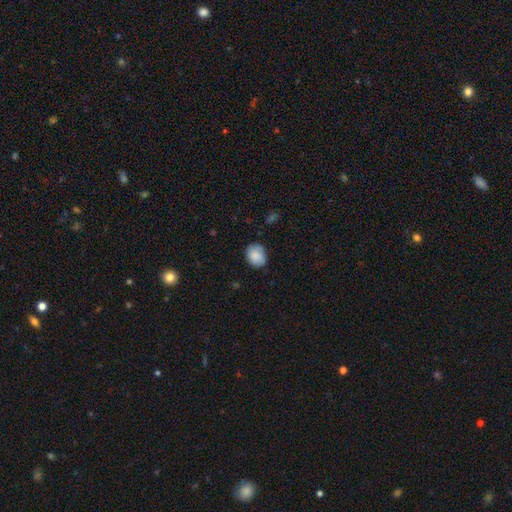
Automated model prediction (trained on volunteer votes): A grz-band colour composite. It shows a smooth galaxy with no disk features (83%) that is in between round and cigar-shaped (51%). Merging: none (72%).